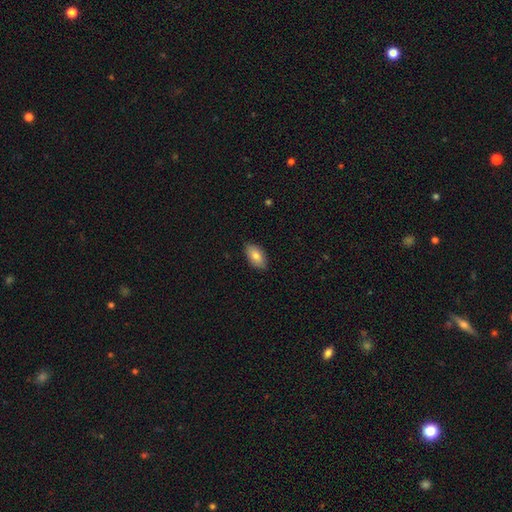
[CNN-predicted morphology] Smooth or featured: smooth — 83% (featured or disk — 11%)
How rounded: in between — 94% (round — 3%)
Merging: none — 87% (minor disturbance — 10%)